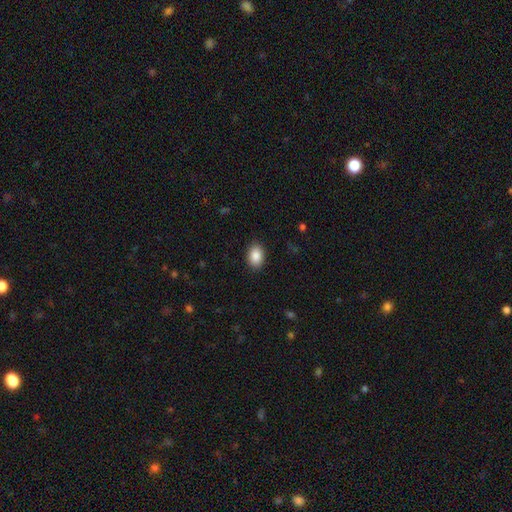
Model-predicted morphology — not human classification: This is clearly a smooth galaxy (88%). How rounded: clearly in between (84%). Merging: clearly none (88%).